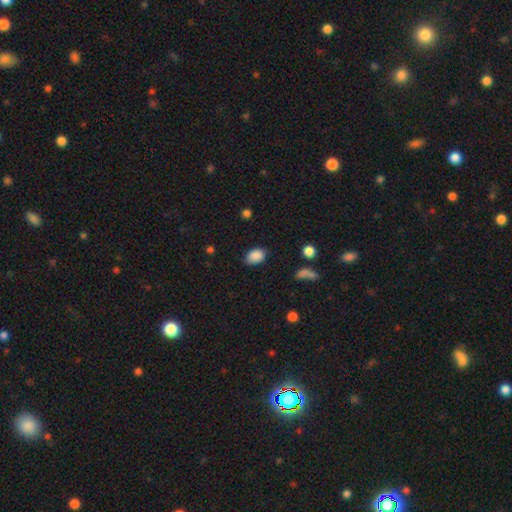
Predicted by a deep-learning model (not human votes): Overall: smooth (88%). How rounded: in between (86%). Merging: none (79%).